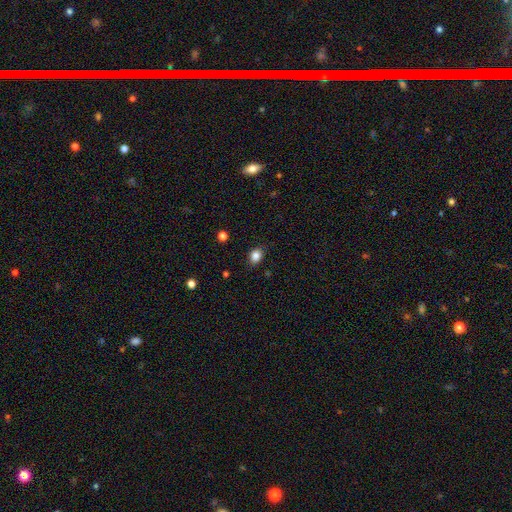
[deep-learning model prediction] Smooth or featured?
  - smooth: 85% *
  - star or artifact: 10%
  - featured or disk: 5%
How rounded?
  - in between: 64% *
  - round: 35%
  - cigar-shaped: 1%
Merging?
  - none: 85% *
  - minor disturbance: 11%
  - major disturbance: 3%
  - merger: 1%